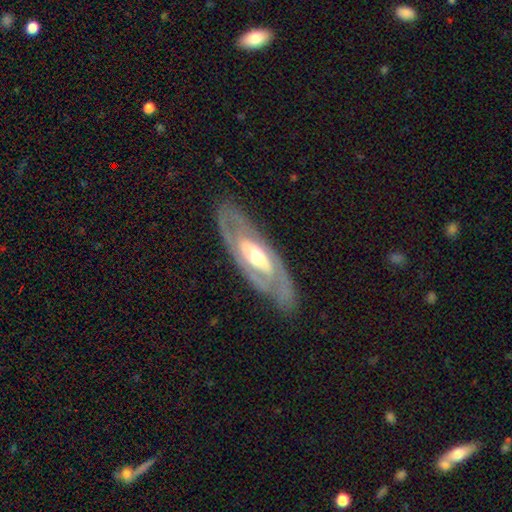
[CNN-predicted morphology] featured or disk 82%, smooth 14%, star or artifact 4%. Down the decision tree: edge-on disk — no (85%); bar — no (50%); spiral arms — yes (71%); bulge size — moderate (68%); merging — none (80%).